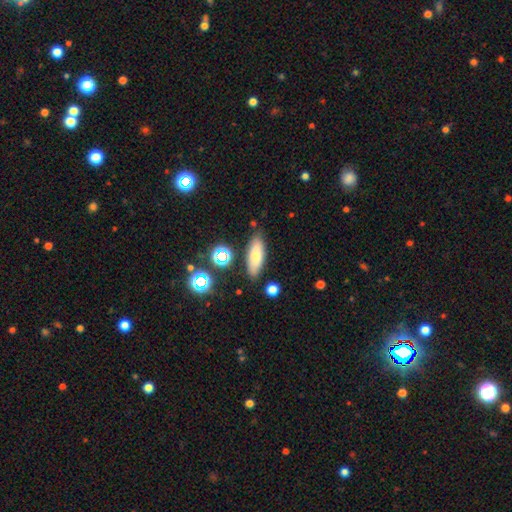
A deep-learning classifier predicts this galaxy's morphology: This appears to be a smooth galaxy with no disk features (73%) that is in between round and cigar-shaped (62%). Merging: none (83%).